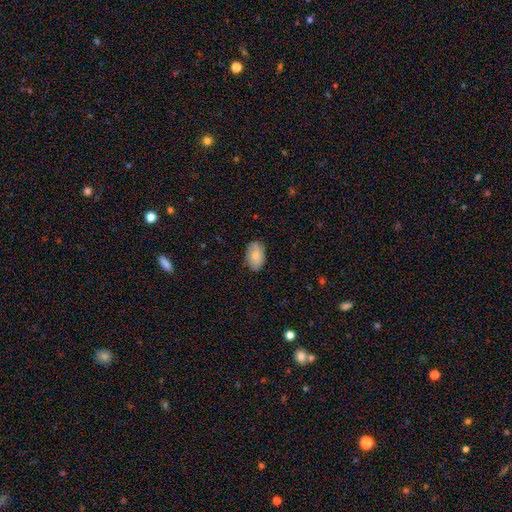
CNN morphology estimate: This is likely a smooth galaxy (73%). How rounded: clearly in between (90%). Merging: likely none (80%).